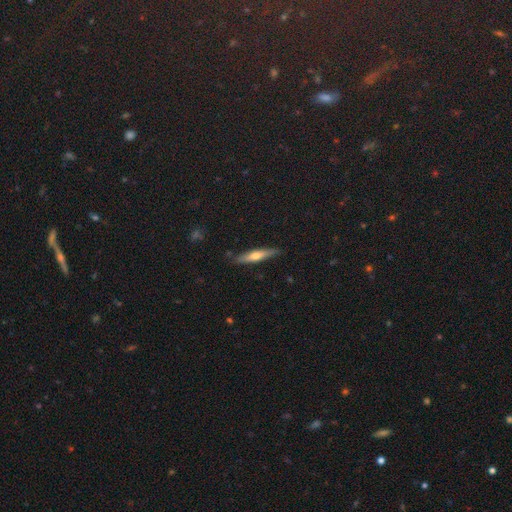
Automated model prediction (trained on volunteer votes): A featured or disk galaxy (48%).

Vote fractions:
- Smooth or featured? featured or disk: 48% / smooth: 46% / star or artifact: 6%
- Merging? none: 86% / minor disturbance: 10% / major disturbance: 2% / merger: 1%